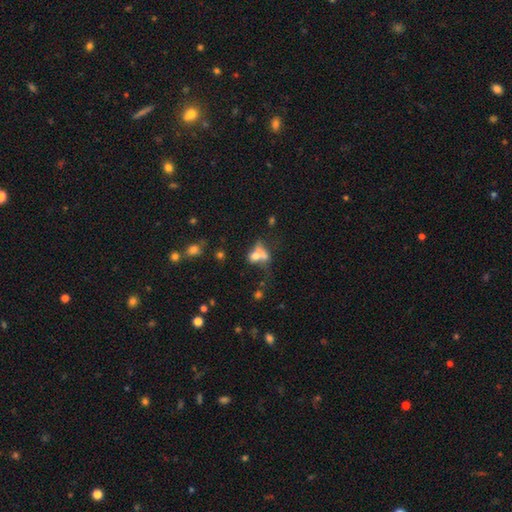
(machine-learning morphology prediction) smooth 61%, featured or disk 23%, star or artifact 16%. Down the decision tree: how rounded — in between (56%); merging — merger (49%).